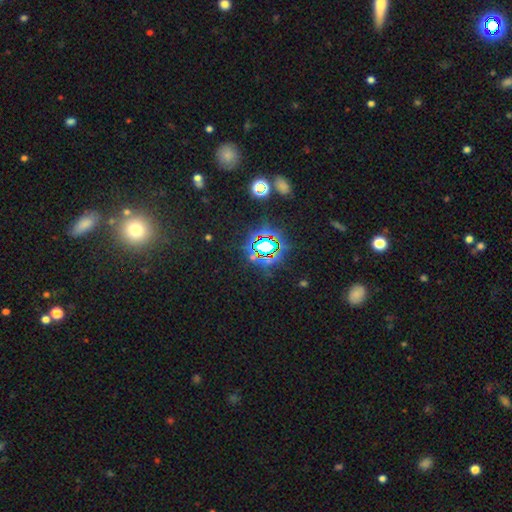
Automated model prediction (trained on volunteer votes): This is likely a star or artifact rather than a galaxy (76%).